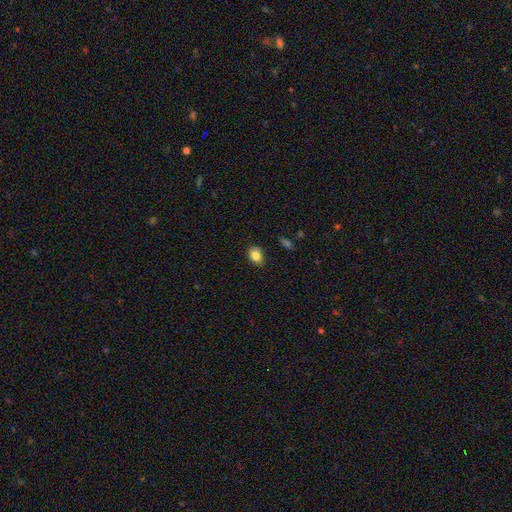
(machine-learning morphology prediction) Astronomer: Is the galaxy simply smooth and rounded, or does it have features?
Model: smooth — 84%.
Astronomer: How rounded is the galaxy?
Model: in between — 64%.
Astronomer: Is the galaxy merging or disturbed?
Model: none — 79%.